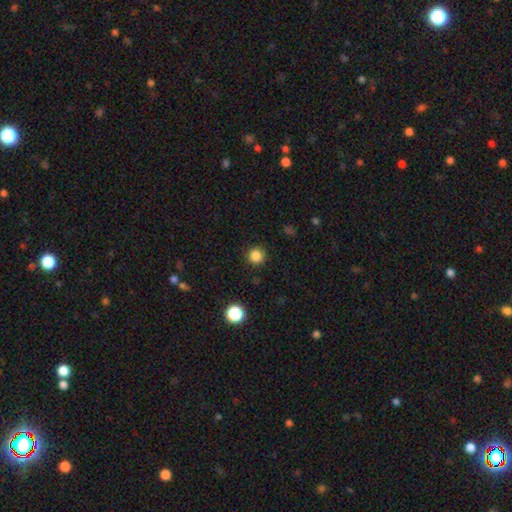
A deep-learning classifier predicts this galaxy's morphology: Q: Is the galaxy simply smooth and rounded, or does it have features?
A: smooth — 85%.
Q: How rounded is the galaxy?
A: round — 95%.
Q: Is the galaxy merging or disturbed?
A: none — 91%.